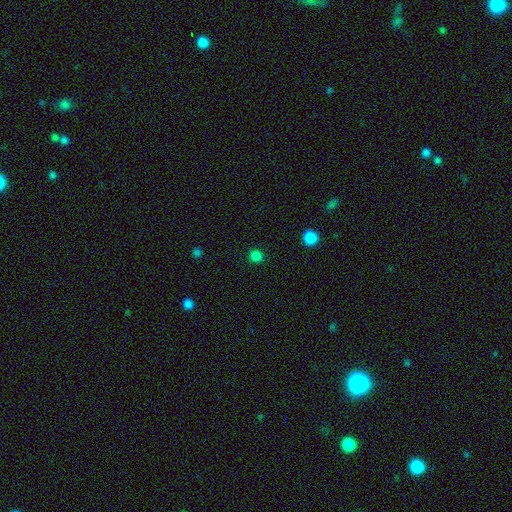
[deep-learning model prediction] A smooth galaxy with no disk features (81%) that is round (90%). Merging: none (90%).